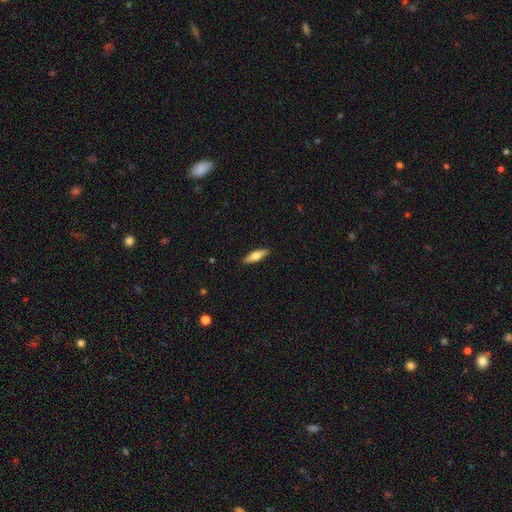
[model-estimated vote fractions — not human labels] A smooth galaxy with no disk features (50%) that is cigar-shaped (58%).

Vote fractions:
- Smooth or featured? smooth: 50% / featured or disk: 44% / star or artifact: 6%
- How rounded? cigar-shaped: 58% / in between: 39% / round: 3%
- Merging? none: 90% / minor disturbance: 7% / major disturbance: 2% / merger: 1%